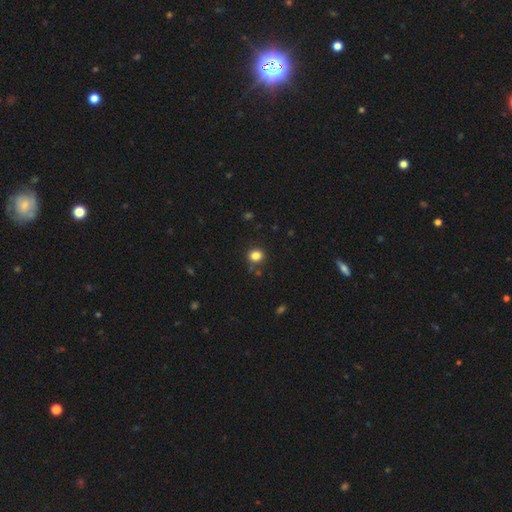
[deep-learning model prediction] Morphology: type=smooth (82%); roundness=round (82%); merging=none (83%).